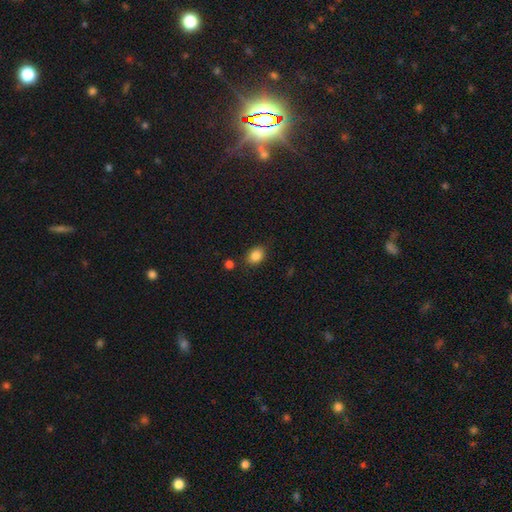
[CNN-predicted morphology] smooth-or-featured: smooth: 84% | star or artifact: 10% | featured or disk: 6%
  how-rounded: in between: 61% | round: 38% | cigar-shaped: 1%
  merging: none: 78% | minor disturbance: 15% | merger: 4% | major disturbance: 3%